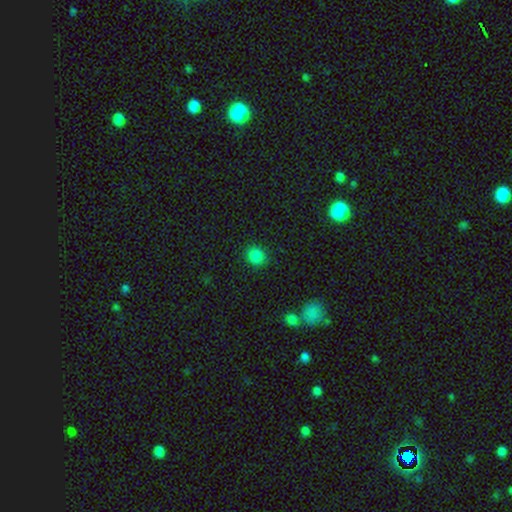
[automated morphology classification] The model was most divided on "how rounded": round: 76%, in between: 23%, cigar-shaped: 1%. More confident: merging — none (89%); smooth or featured — smooth (85%).